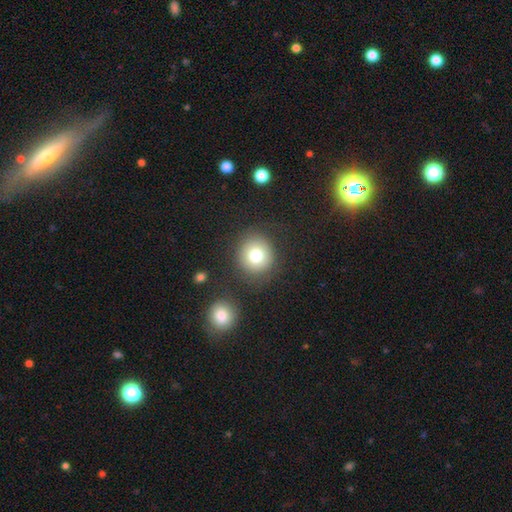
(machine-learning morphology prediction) A smooth galaxy with no disk features (78%) that is round (86%).

Vote fractions:
- Smooth or featured? smooth: 78% / featured or disk: 11% / star or artifact: 11%
- How rounded? round: 86% / in between: 13% / cigar-shaped: 1%
- Merging? none: 82% / minor disturbance: 9% / major disturbance: 4% / merger: 4%